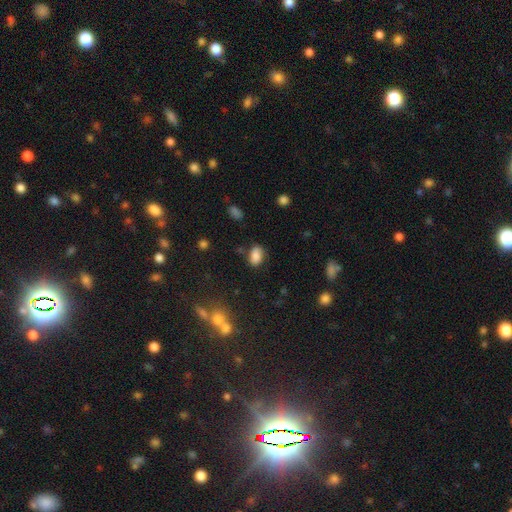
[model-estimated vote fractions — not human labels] Smooth or featured: smooth — 82% (star or artifact — 10%)
How rounded: in between — 85% (round — 13%)
Merging: none — 73% (minor disturbance — 18%)